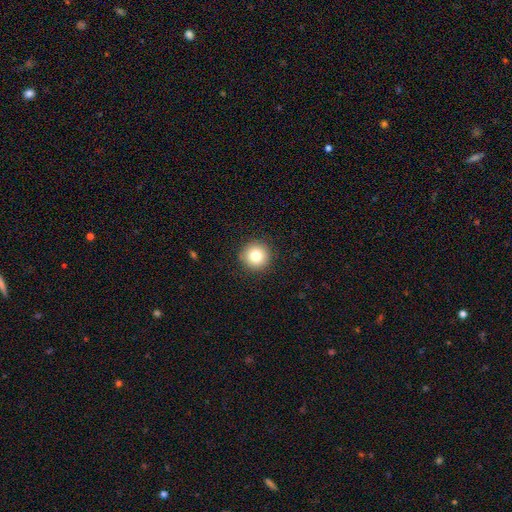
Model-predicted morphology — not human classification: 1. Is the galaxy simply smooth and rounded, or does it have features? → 79% smooth, 11% star or artifact, 10% featured or disk.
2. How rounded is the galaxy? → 96% round, 3% in between, 1% cigar-shaped.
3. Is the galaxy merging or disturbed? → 91% none, 6% minor disturbance, 2% major disturbance, 1% merger.